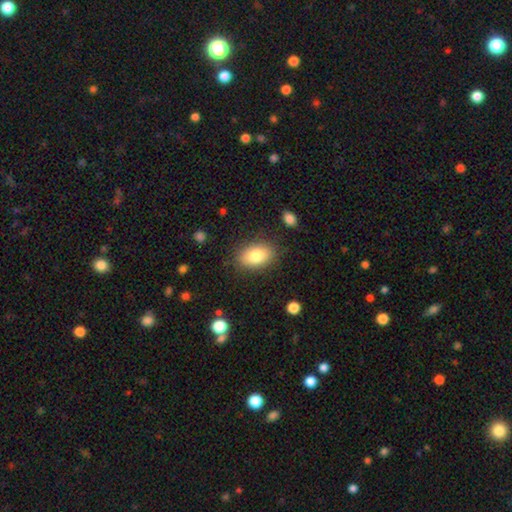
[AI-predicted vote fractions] Morphology: type=smooth (80%); roundness=in between (87%); merging=none (84%).